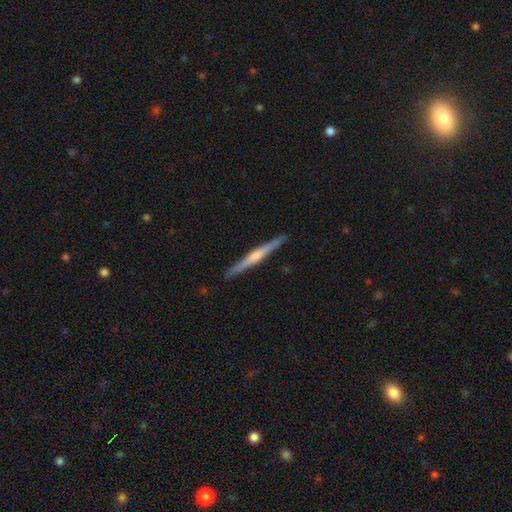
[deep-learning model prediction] This is likely a featured or disk galaxy (76%). It is clearly viewed edge-on (98%). Edge-on bulge: likely rounded (72%). Merging: clearly none (92%).